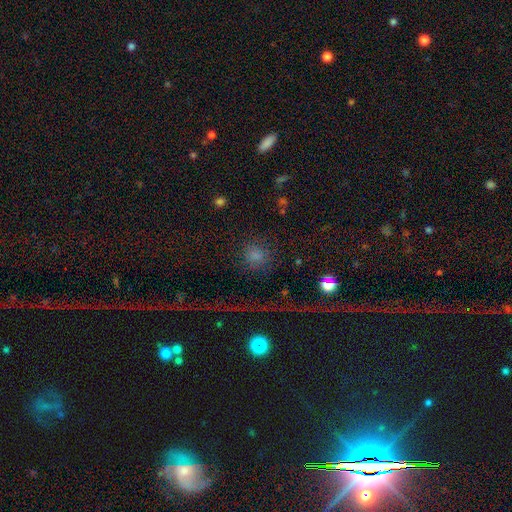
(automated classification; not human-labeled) Smooth or featured? Predicted: smooth (p=0.66). How rounded? Predicted: round (p=0.81). Merging? Predicted: none (p=0.74).